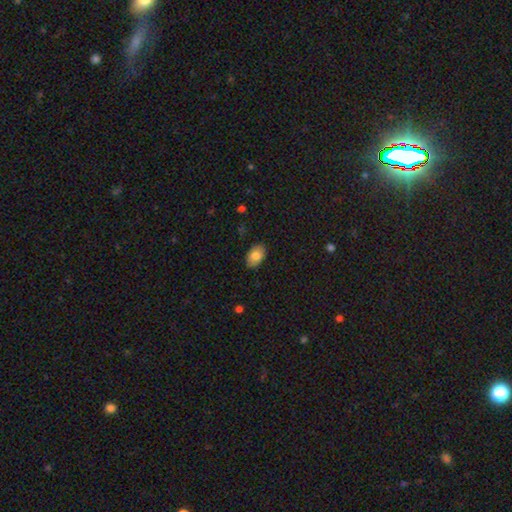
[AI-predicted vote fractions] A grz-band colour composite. It shows a smooth galaxy with no disk features (80%) that is in between round and cigar-shaped (89%). Merging: none (87%).